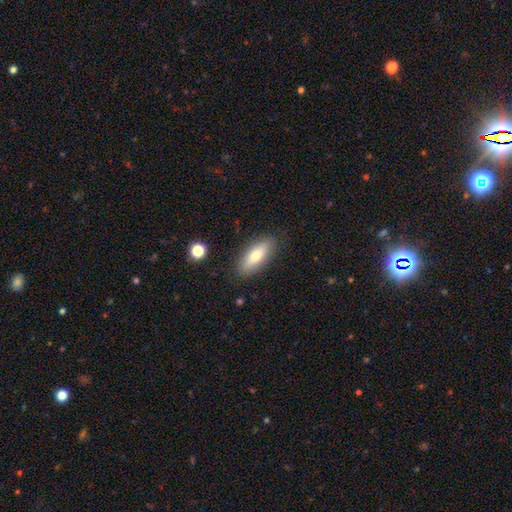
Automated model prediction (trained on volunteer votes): This is likely a smooth galaxy (71%). How rounded: likely in between (71%). Merging: clearly none (86%).